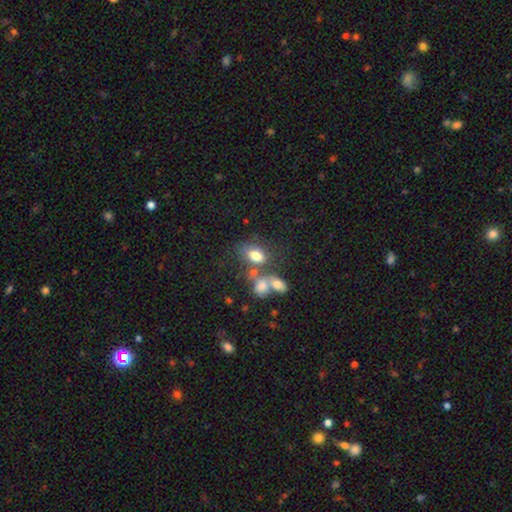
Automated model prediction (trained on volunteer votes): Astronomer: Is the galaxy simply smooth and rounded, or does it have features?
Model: smooth — 74%.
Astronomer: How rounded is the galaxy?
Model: in between — 82%.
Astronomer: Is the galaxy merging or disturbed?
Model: none — 45% (runner-up: merger, 33%).